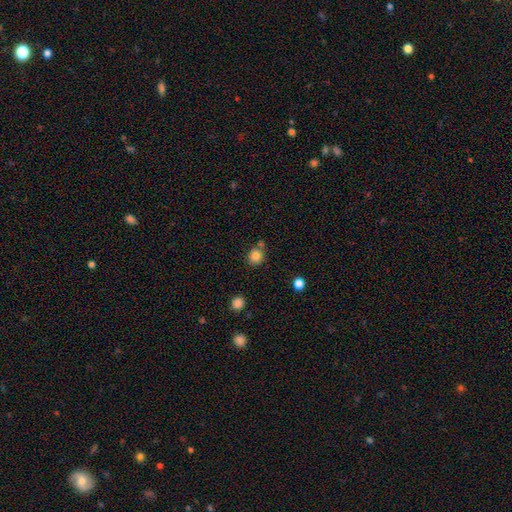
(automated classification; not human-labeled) A smooth galaxy with no disk features (84%) that is round (83%).

Vote fractions:
- Smooth or featured? smooth: 84% / star or artifact: 11% / featured or disk: 6%
- How rounded? round: 83% / in between: 17% / cigar-shaped: 1%
- Merging? none: 71% / merger: 14% / minor disturbance: 12% / major disturbance: 3%